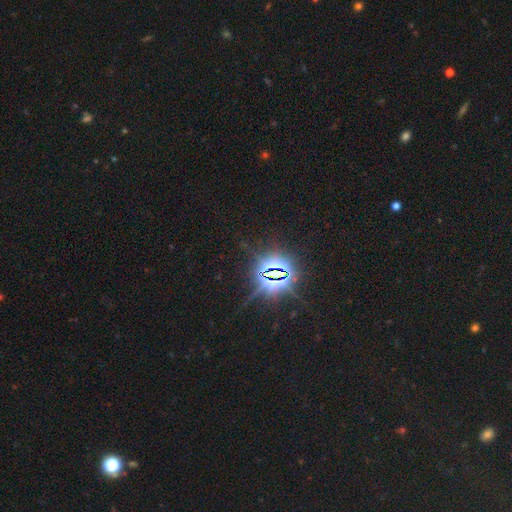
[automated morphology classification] smooth_or_featured: star or artifact (p=0.85) [alt: smooth p=0.09]